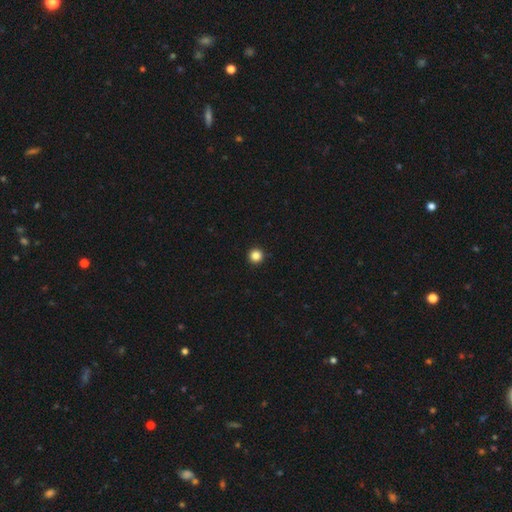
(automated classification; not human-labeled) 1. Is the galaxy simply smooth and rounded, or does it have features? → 85% smooth, 12% star or artifact, 3% featured or disk.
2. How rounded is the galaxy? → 96% round, 3% in between, 1% cigar-shaped.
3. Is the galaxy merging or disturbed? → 94% none, 4% minor disturbance, 1% major disturbance, 1% merger.